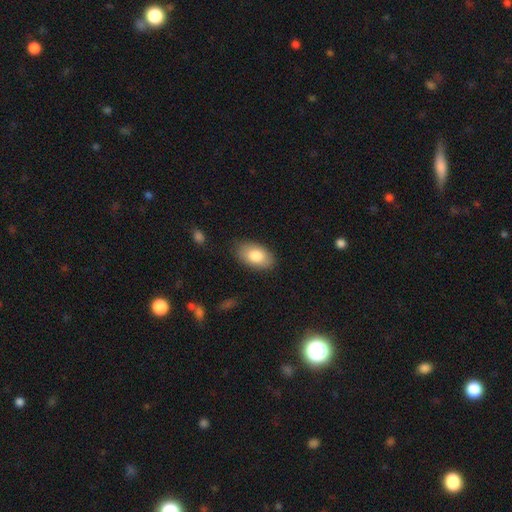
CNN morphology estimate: Overall: smooth (82%). How rounded: in between (93%). Merging: none (83%).